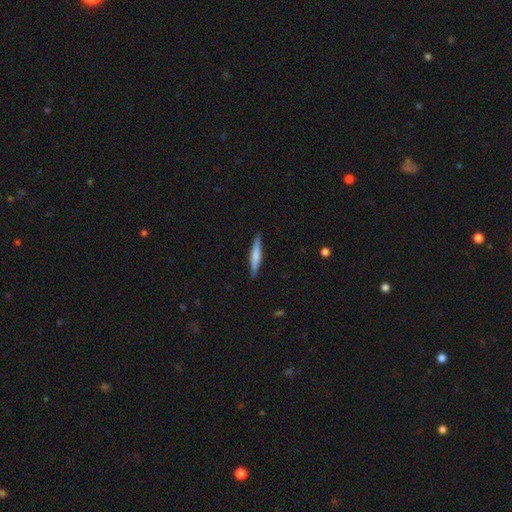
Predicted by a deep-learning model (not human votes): Smooth or featured? smooth (53%)
How rounded? cigar-shaped (92%)
Merging? none (90%)